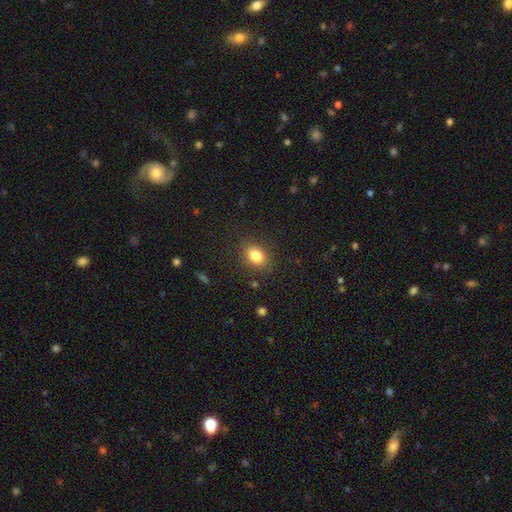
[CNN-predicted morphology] smooth-or-featured: smooth: 83% | star or artifact: 10% | featured or disk: 8%
  how-rounded: in between: 70% | round: 28% | cigar-shaped: 1%
  merging: none: 84% | minor disturbance: 12% | major disturbance: 4% | merger: 1%